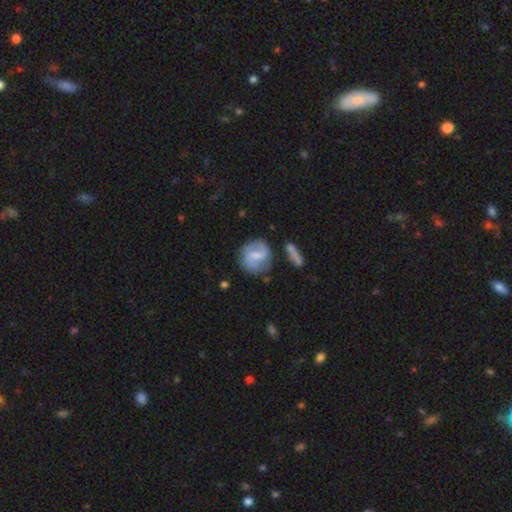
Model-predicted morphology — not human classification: A featured or disk galaxy (60%) with a weak bar (56%), spiral arms (84%) and a small central bulge (43%).

Vote fractions:
- Smooth or featured? featured or disk: 60% / smooth: 34% / star or artifact: 6%
- Edge-on disk? no: 96% / yes: 4%
- Bar? weak: 56% / strong: 24% / no: 21%
- Spiral arms? yes: 84% / no: 16%
- Bulge size? small: 43% / moderate: 36% / none: 16% / large: 4% / dominant: 1%
- Merging? none: 68% / minor disturbance: 19% / major disturbance: 7% / merger: 6%